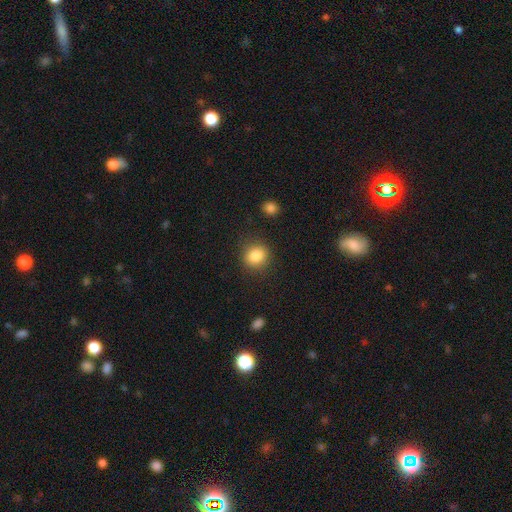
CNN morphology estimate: Smooth or featured? smooth (85%)
How rounded? round (82%)
Merging? none (85%)